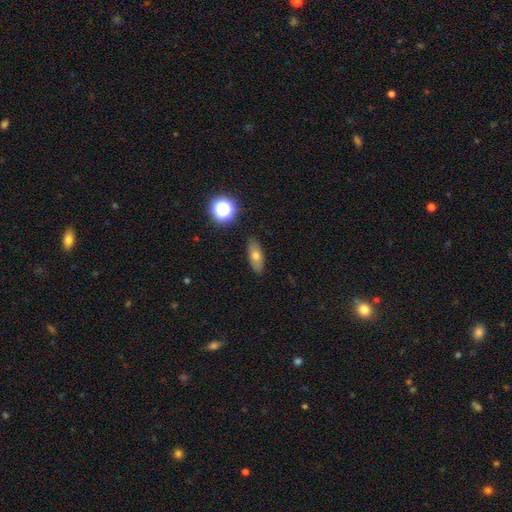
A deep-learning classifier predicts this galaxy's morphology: Smooth or featured: smooth — 68% (featured or disk — 22%)
How rounded: in between — 73% (cigar-shaped — 19%)
Merging: none — 87% (minor disturbance — 10%)